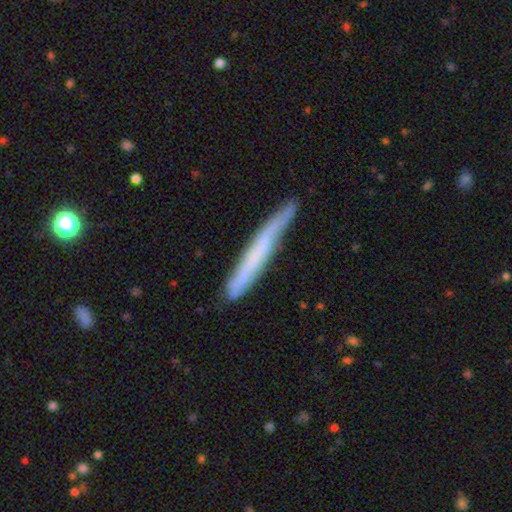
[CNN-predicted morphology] smooth-or-featured: smooth: 50% | featured or disk: 44% | star or artifact: 7%
  merging: none: 78% | minor disturbance: 18% | major disturbance: 3% | merger: 2%